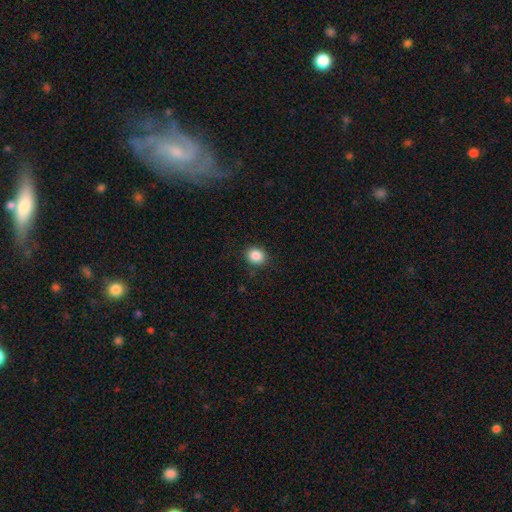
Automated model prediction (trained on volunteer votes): Overall: smooth (87%). How rounded: round (74%). Merging: none (86%).